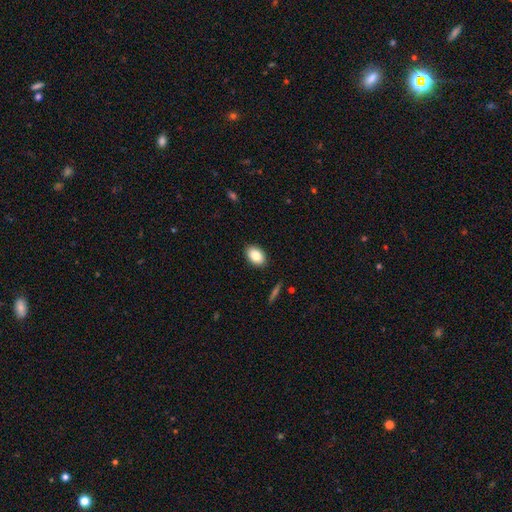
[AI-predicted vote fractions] smooth_or_featured: smooth (p=0.85) [alt: star or artifact p=0.07]
how_rounded: in between (p=0.88) [alt: round p=0.10]
merging: none (p=0.89) [alt: minor disturbance p=0.08]